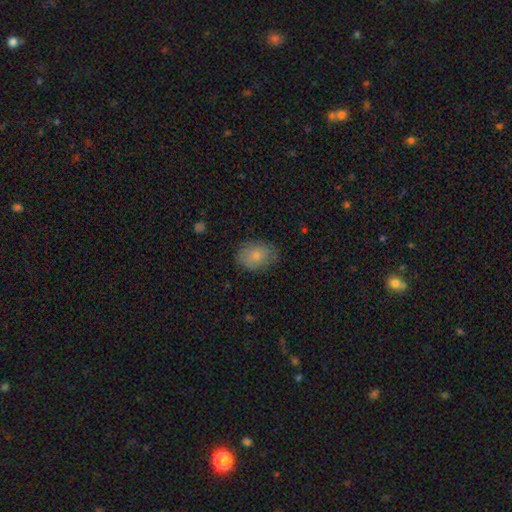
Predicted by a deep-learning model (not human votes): Q: Smooth or featured?
A: smooth (81%); runner-up: featured or disk (11%)
Q: How rounded?
A: in between (74%); runner-up: round (25%)
Q: Merging?
A: none (79%); runner-up: minor disturbance (16%)